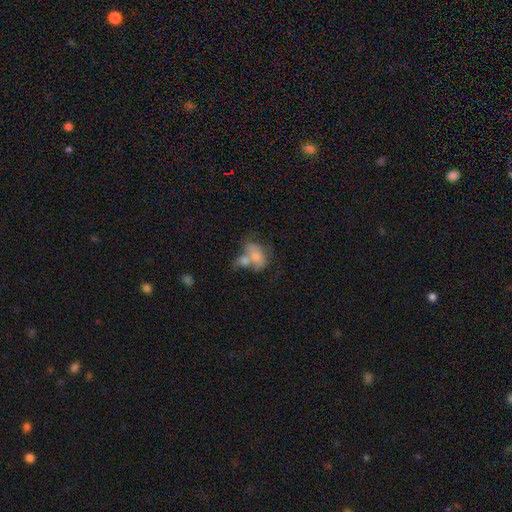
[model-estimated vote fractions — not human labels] The model was most divided on "smooth or featured": smooth: 65%, featured or disk: 27%, star or artifact: 8%. More confident: how rounded — in between (79%); merging — merger (58%).